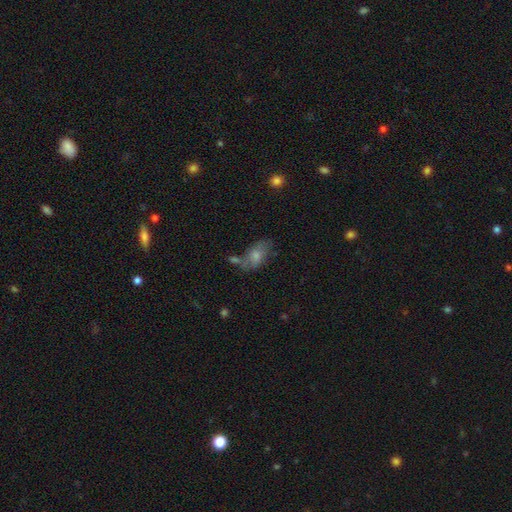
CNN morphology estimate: The model was most divided on "merging": none: 42%, minor disturbance: 23%, merger: 22%, major disturbance: 12%. More confident: how rounded — in between (90%); smooth or featured — smooth (70%).